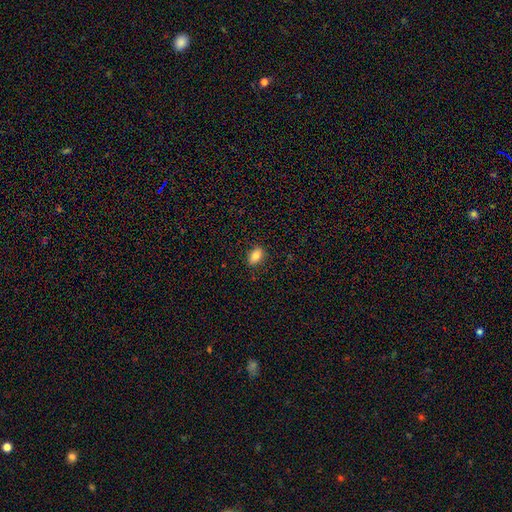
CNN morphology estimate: smooth_or_featured: smooth (p=0.83) [alt: star or artifact p=0.09]
how_rounded: in between (p=0.86) [alt: round p=0.11]
merging: none (p=0.87) [alt: minor disturbance p=0.10]